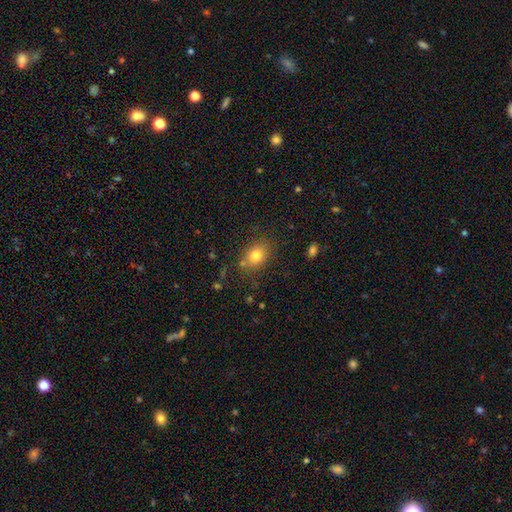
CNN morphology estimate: smooth_or_featured: smooth (p=0.79) [alt: star or artifact p=0.11]
how_rounded: in between (p=0.63) [alt: round p=0.35]
merging: none (p=0.78) [alt: minor disturbance p=0.13]